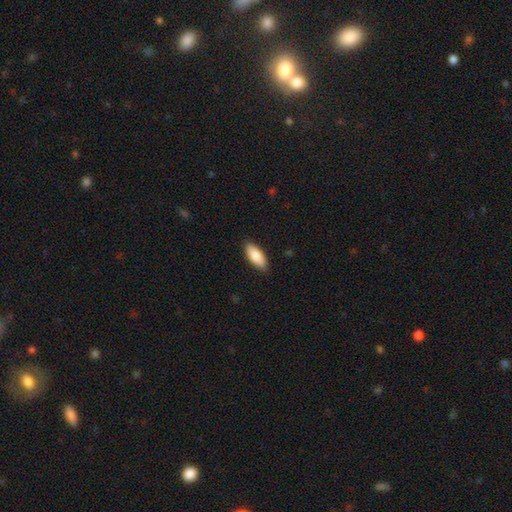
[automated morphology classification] A smooth galaxy with no disk features (85%) that is in between round and cigar-shaped (80%).

Vote fractions:
- Smooth or featured? smooth: 85% / featured or disk: 10% / star or artifact: 6%
- How rounded? in between: 80% / cigar-shaped: 18% / round: 2%
- Merging? none: 88% / minor disturbance: 9% / major disturbance: 2% / merger: 1%